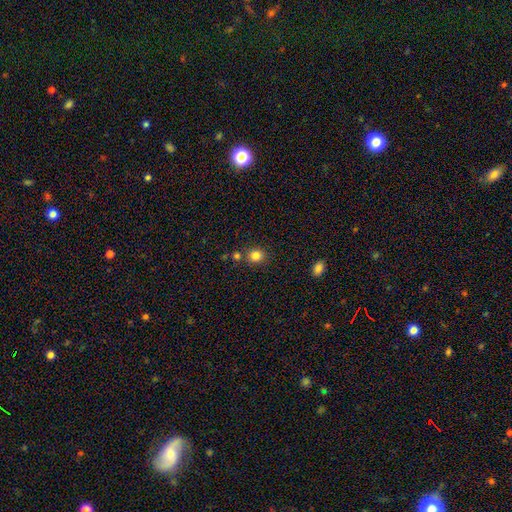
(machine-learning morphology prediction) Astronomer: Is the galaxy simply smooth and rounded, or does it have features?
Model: smooth — 83%.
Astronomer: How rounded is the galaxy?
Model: round — 80%.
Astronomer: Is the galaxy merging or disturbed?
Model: none — 78%.